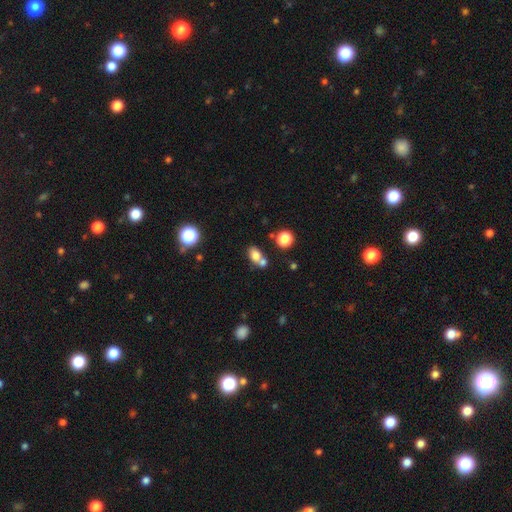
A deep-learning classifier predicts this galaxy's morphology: smooth 75%, star or artifact 13%, featured or disk 12%. Down the decision tree: how rounded — in between (67%); merging — merger (44%).